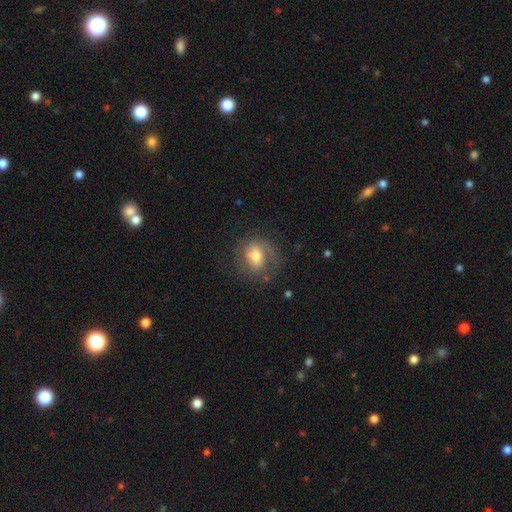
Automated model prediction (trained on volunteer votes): This appears to be a featured or disk galaxy (46%). Merging: none (56%).